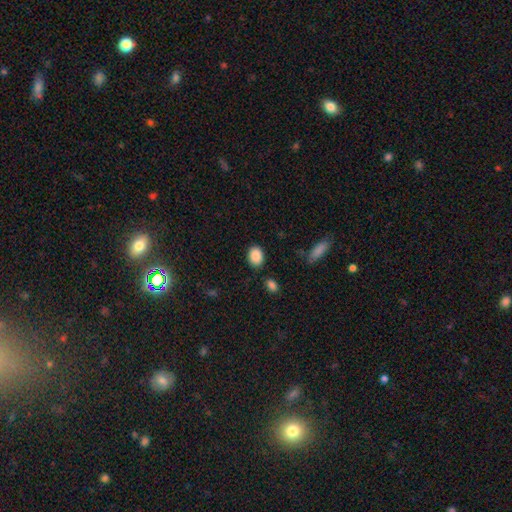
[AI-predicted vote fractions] A smooth galaxy with no disk features (88%) that is in between round and cigar-shaped (71%). Merging: none (84%).